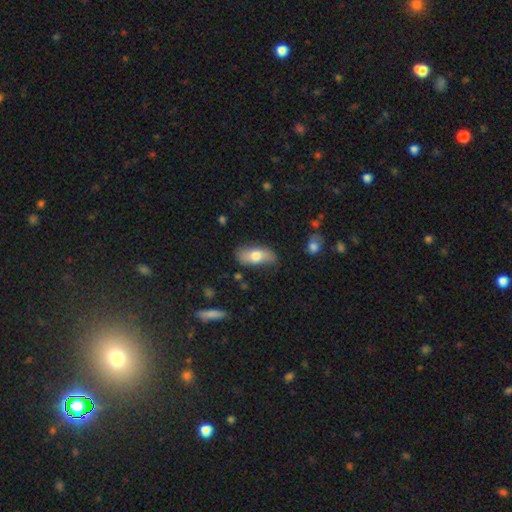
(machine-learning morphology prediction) The model was most divided on "smooth or featured": smooth: 68%, featured or disk: 26%, star or artifact: 6%. More confident: how rounded — in between (87%); merging — none (69%).